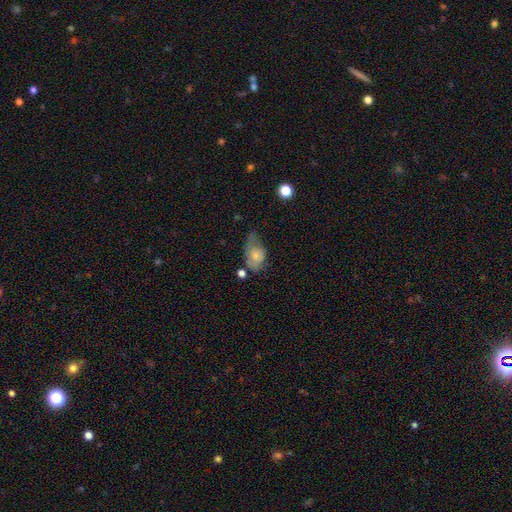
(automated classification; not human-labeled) smooth-or-featured: smooth: 64% | featured or disk: 27% | star or artifact: 8%
  how-rounded: in between: 84% | round: 13% | cigar-shaped: 2%
  merging: minor disturbance: 37% | none: 29% | major disturbance: 27% | merger: 7%